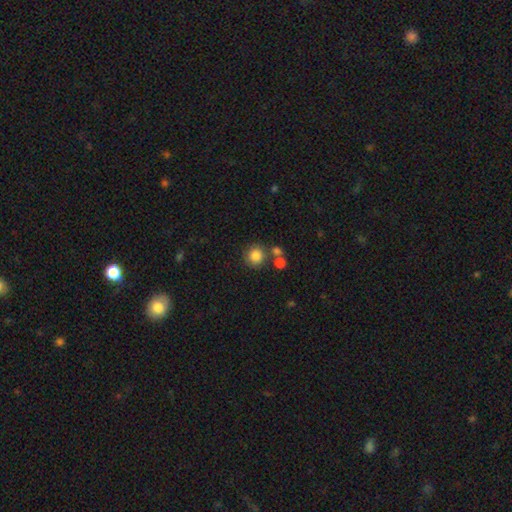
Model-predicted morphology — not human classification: Q: Smooth or featured?
A: smooth (83%); runner-up: star or artifact (11%)
Q: How rounded?
A: round (91%); runner-up: in between (8%)
Q: Merging?
A: none (74%); runner-up: merger (14%)